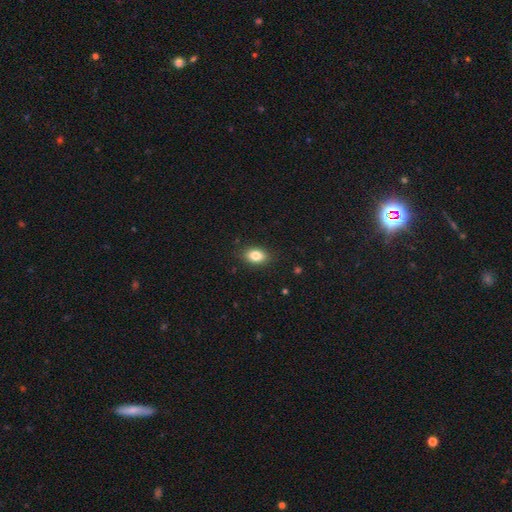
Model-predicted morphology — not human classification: The model was most divided on "how rounded": in between: 82%, round: 17%, cigar-shaped: 2%. More confident: merging — none (87%); smooth or featured — smooth (83%).